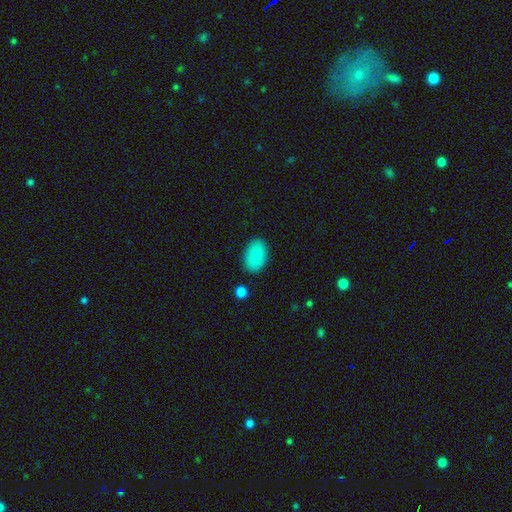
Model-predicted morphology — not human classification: smooth-or-featured: smooth: 89% | star or artifact: 7% | featured or disk: 4%
  how-rounded: in between: 91% | round: 8% | cigar-shaped: 1%
  merging: none: 86% | minor disturbance: 9% | major disturbance: 3% | merger: 2%